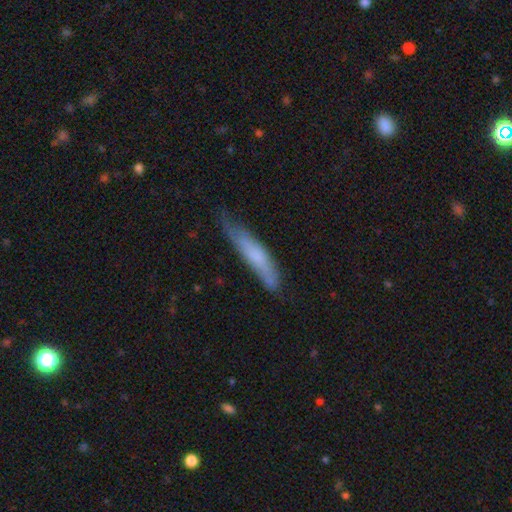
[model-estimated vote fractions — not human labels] This is likely a smooth galaxy (62%). How rounded: clearly cigar-shaped (87%). Merging: possibly none (57%).